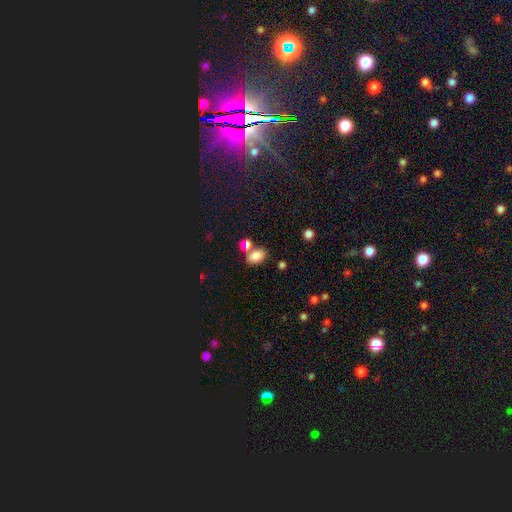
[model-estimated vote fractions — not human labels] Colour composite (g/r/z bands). It shows a smooth galaxy with no disk features (82%) that is in between round and cigar-shaped (87%). Merging: none (54%).